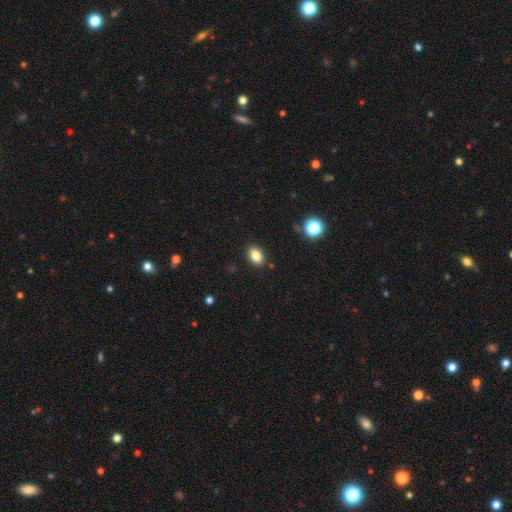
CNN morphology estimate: Smooth or featured? smooth (84%)
How rounded? in between (83%)
Merging? none (88%)